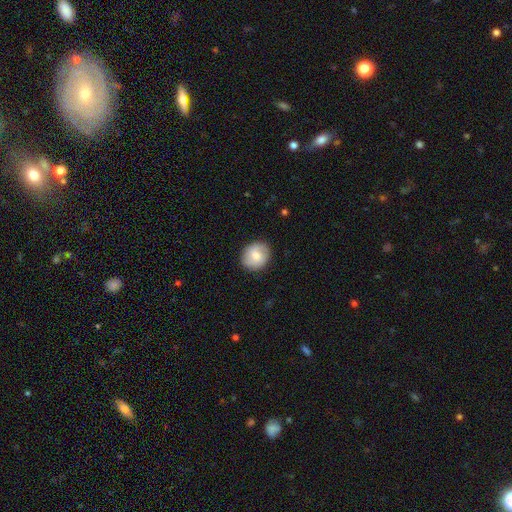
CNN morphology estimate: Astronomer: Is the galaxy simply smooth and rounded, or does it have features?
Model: smooth — 68%.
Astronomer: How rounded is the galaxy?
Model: round — 77%.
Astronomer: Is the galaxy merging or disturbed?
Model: none — 87%.